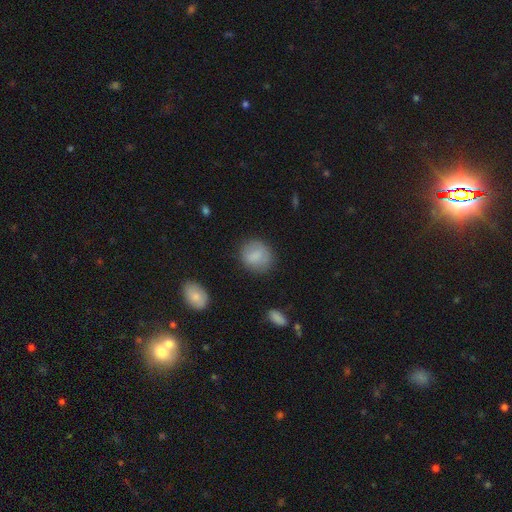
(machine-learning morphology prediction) Smooth or featured?
  - smooth: 82% *
  - featured or disk: 11%
  - star or artifact: 8%
How rounded?
  - round: 77% *
  - in between: 22%
  - cigar-shaped: 1%
Merging?
  - none: 80% *
  - minor disturbance: 14%
  - major disturbance: 4%
  - merger: 2%